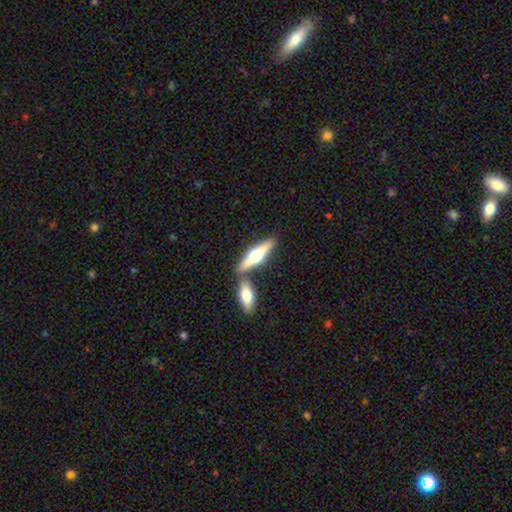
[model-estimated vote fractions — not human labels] smooth_or_featured: featured or disk (p=0.64) [alt: smooth p=0.30]
disk_edge_on: yes (p=0.95) [alt: no p=0.05]
edge_on_bulge: rounded (p=0.95) [alt: boxy p=0.03]
merging: none (p=0.64) [alt: merger p=0.26]